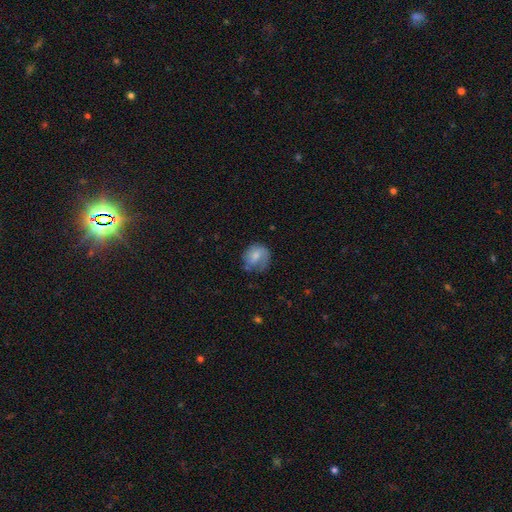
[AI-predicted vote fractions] Q: Smooth or featured?
A: smooth (66%); runner-up: featured or disk (27%)
Q: How rounded?
A: round (73%); runner-up: in between (26%)
Q: Merging?
A: none (52%); runner-up: minor disturbance (29%)